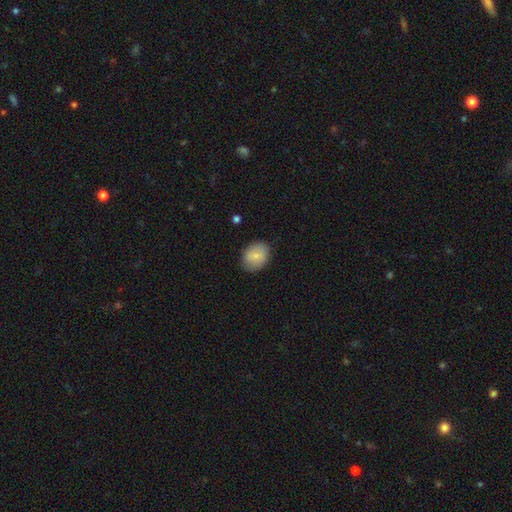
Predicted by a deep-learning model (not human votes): A smooth galaxy with no disk features (78%) that is in between round and cigar-shaped (59%). Merging: none (82%).